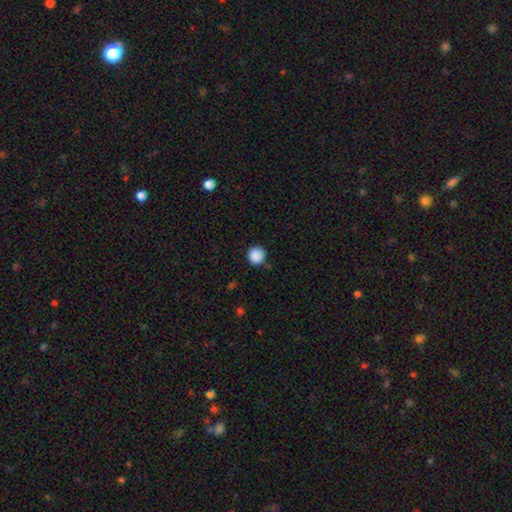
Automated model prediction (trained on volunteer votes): This appears to be a smooth galaxy with no disk features (88%) that is round (95%). Merging: none (85%).